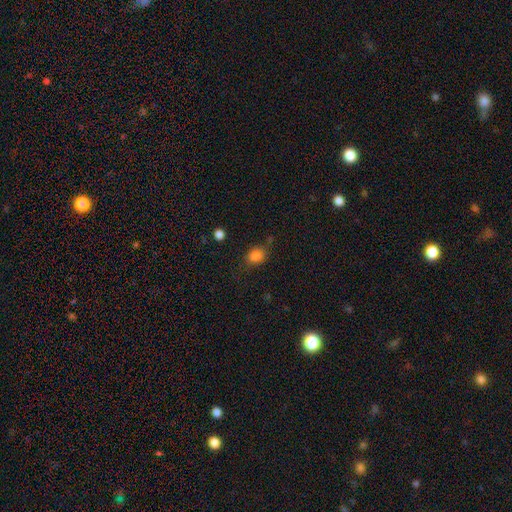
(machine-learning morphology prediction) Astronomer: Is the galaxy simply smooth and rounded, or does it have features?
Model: smooth — 83%.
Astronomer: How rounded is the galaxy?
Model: in between — 51% (runner-up: round, 48%).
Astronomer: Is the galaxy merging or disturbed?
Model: none — 68%.